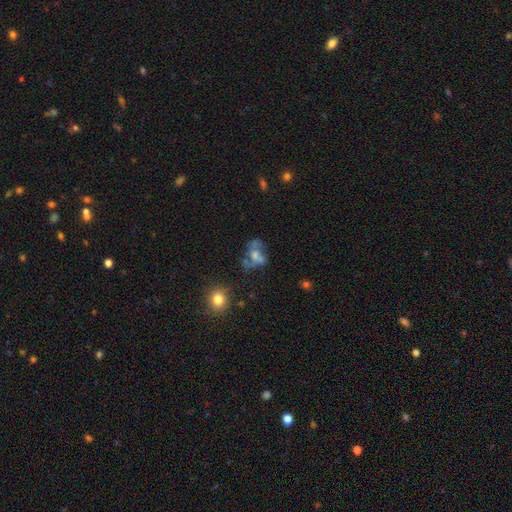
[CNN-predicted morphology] The model was most divided on "merging": none: 37%, major disturbance: 27%, minor disturbance: 18%, merger: 18%. Remaining: edge-on disk — no (96%); bar — no (74%); spiral arms — no (56%); smooth or featured — featured or disk (52%); bulge size — moderate (42%).